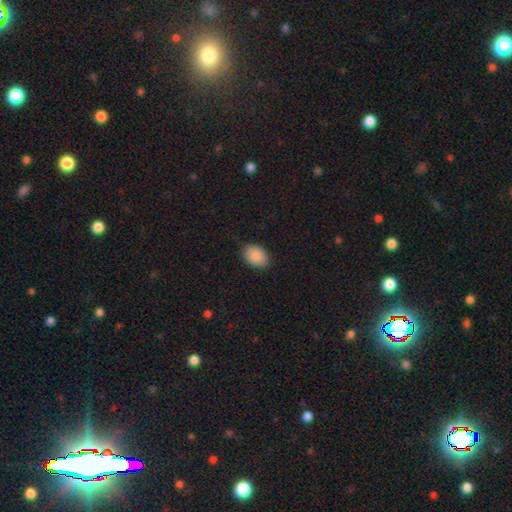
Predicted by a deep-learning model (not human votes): smooth-or-featured: smooth: 87% | star or artifact: 7% | featured or disk: 6%
  how-rounded: in between: 81% | round: 18% | cigar-shaped: 1%
  merging: none: 87% | minor disturbance: 10% | major disturbance: 2% | merger: 1%